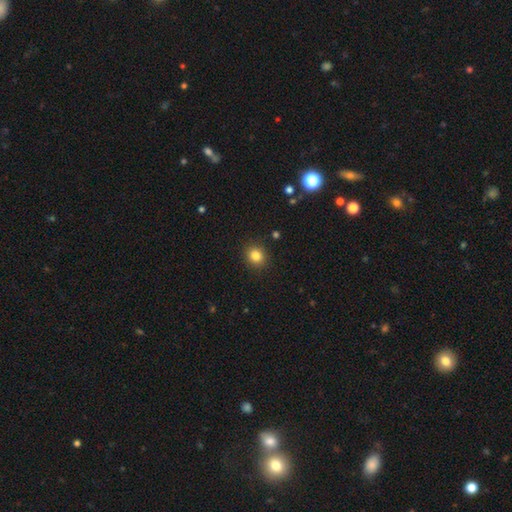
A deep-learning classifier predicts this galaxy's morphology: smooth 84%, star or artifact 11%, featured or disk 5%. Down the decision tree: how rounded — round (81%); merging — none (90%).